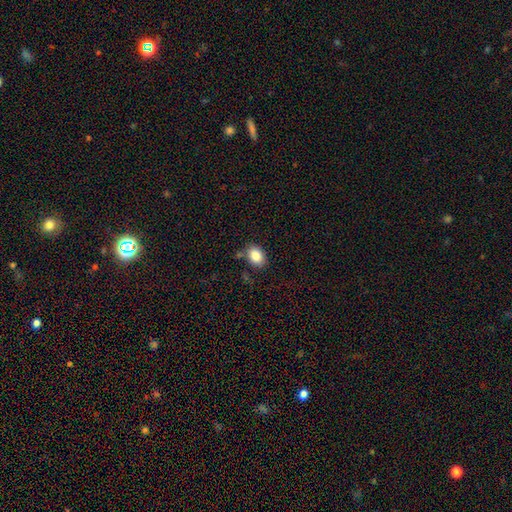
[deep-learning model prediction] Q: Smooth or featured?
A: smooth (86%); runner-up: star or artifact (8%)
Q: How rounded?
A: in between (74%); runner-up: round (25%)
Q: Merging?
A: none (78%); runner-up: minor disturbance (13%)